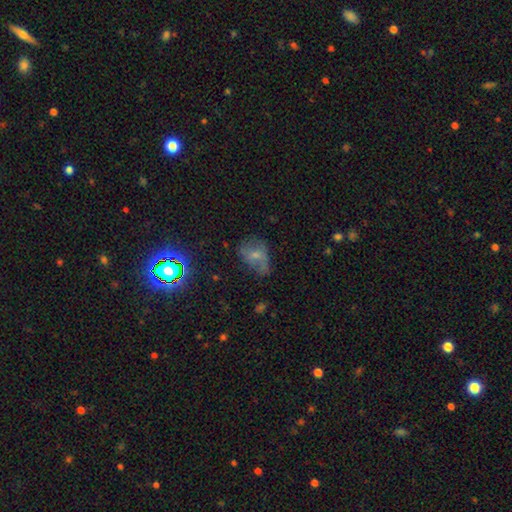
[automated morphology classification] Q: Smooth or featured?
A: smooth (49%); runner-up: featured or disk (32%)
Q: Merging?
A: none (39%); runner-up: minor disturbance (31%)